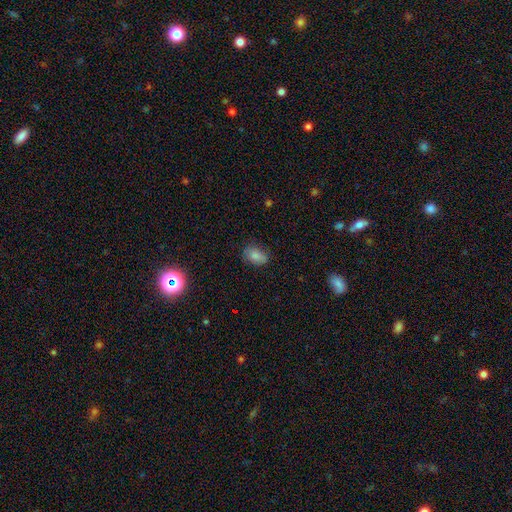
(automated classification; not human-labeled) A smooth galaxy with no disk features (81%) that is in between round and cigar-shaped (82%). Merging: none (71%).